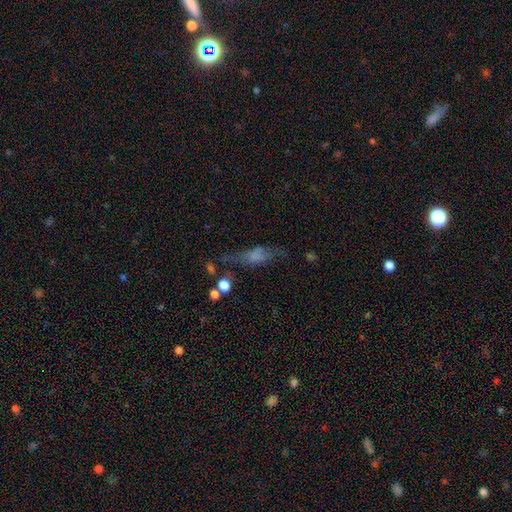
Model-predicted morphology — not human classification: This is possibly a smooth galaxy (50%). Merging: possibly none (48%).